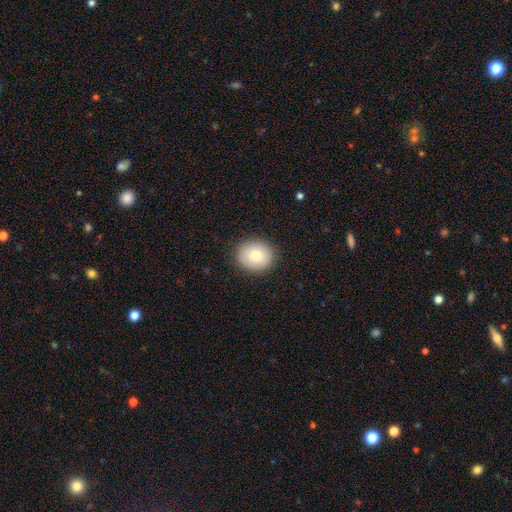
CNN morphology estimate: This is likely a smooth galaxy (78%). How rounded: likely round (69%). Merging: clearly none (88%).